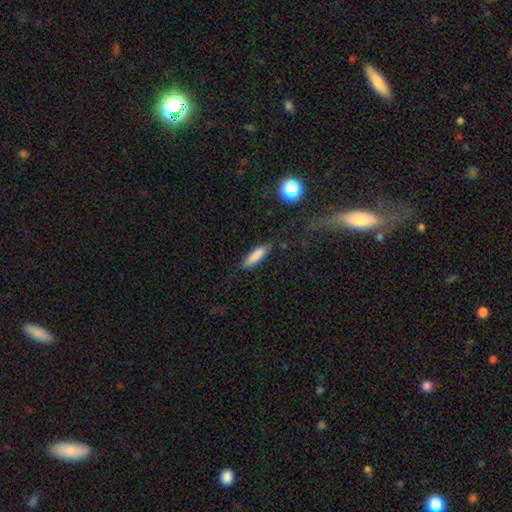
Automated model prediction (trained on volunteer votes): smooth 82%, featured or disk 10%, star or artifact 7%. Down the decision tree: how rounded — cigar-shaped (61%); merging — none (79%).